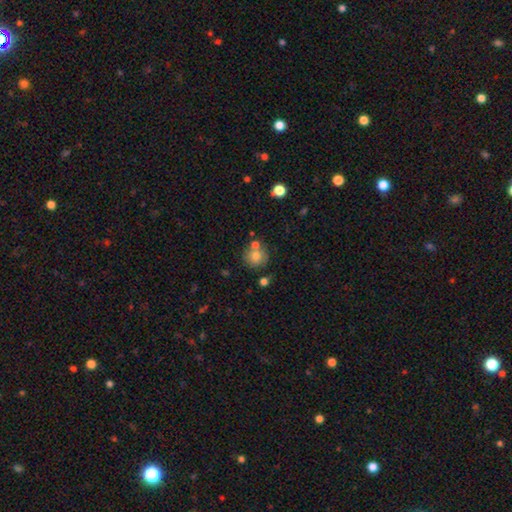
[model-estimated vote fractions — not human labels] This appears to be a smooth galaxy with no disk features (77%) that is round (88%). Merging: none (62%).